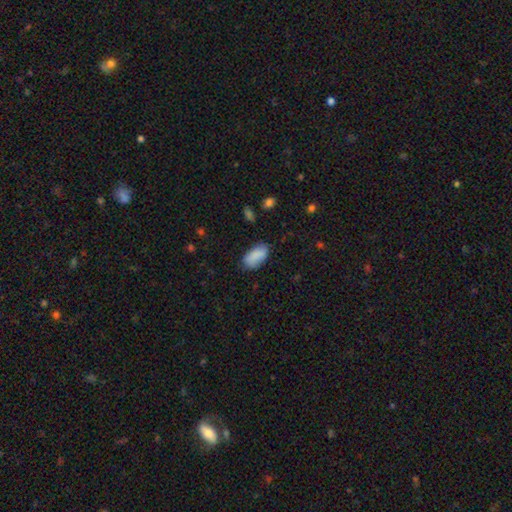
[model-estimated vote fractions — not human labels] Overall: smooth (84%). How rounded: in between (94%). Merging: none (73%).